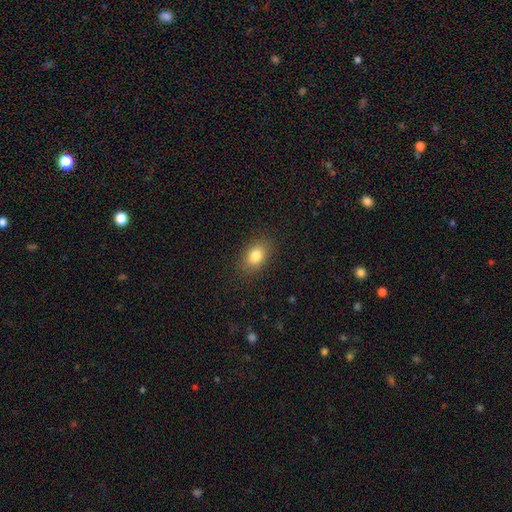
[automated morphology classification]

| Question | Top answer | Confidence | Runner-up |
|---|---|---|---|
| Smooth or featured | smooth | 82% | star or artifact (10%) |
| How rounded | in between | 79% | round (19%) |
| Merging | none | 86% | minor disturbance (10%) |